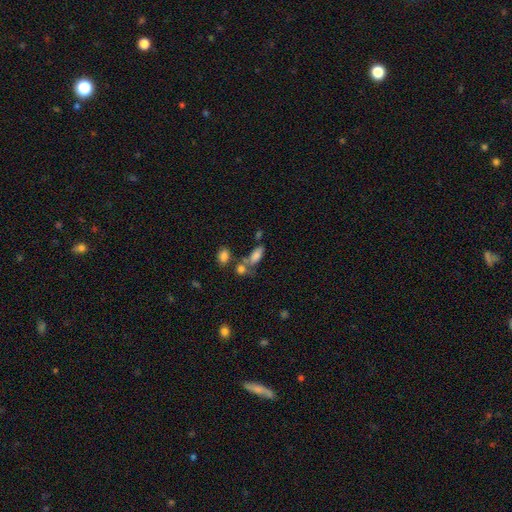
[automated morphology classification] Smooth or featured: smooth — 76% (featured or disk — 13%)
How rounded: in between — 81% (cigar-shaped — 15%)
Merging: none — 45% (merger — 29%)